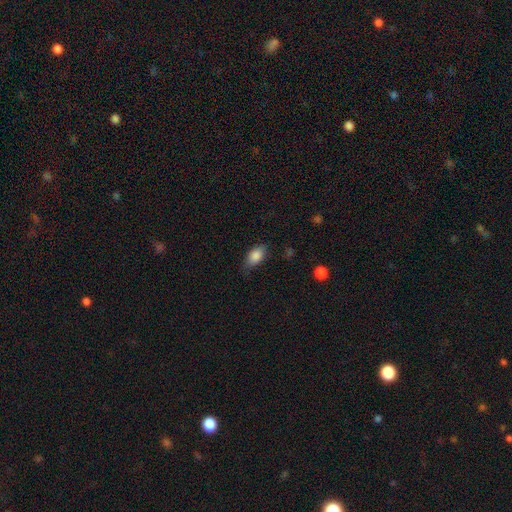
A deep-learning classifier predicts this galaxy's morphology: A smooth galaxy with no disk features (86%) that is in between round and cigar-shaped (90%).

Vote fractions:
- Smooth or featured? smooth: 86% / star or artifact: 7% / featured or disk: 7%
- How rounded? in between: 90% / round: 6% / cigar-shaped: 4%
- Merging? none: 76% / minor disturbance: 19% / major disturbance: 4% / merger: 1%